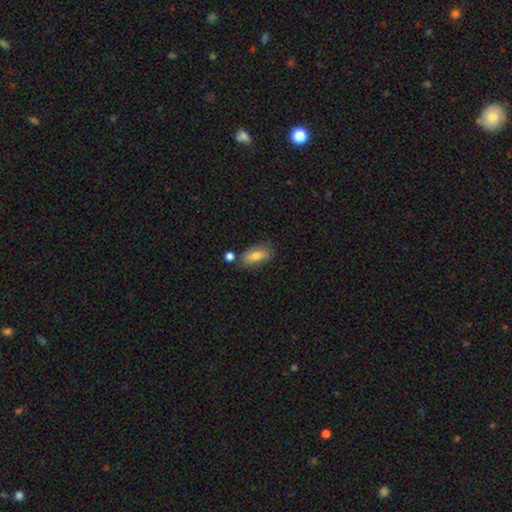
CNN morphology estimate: Overall: smooth (75%). How rounded: in between (81%). Merging: none (72%).